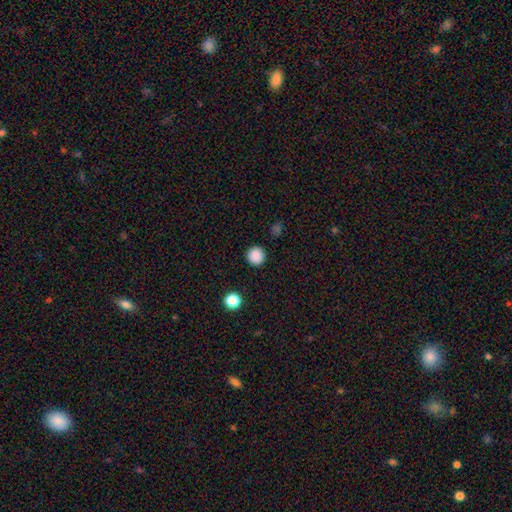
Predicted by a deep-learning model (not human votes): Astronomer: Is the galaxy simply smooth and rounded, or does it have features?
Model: smooth — 88%.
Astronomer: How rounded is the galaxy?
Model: round — 96%.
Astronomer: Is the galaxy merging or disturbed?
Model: none — 92%.